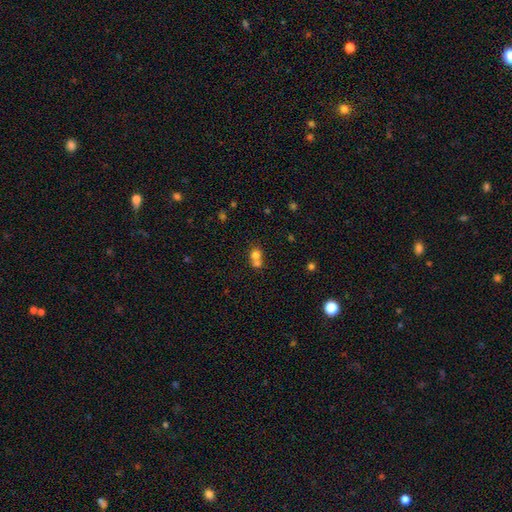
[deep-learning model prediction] Overall: smooth (73%). How rounded: round (76%). Merging: merger (60%; none 31%).